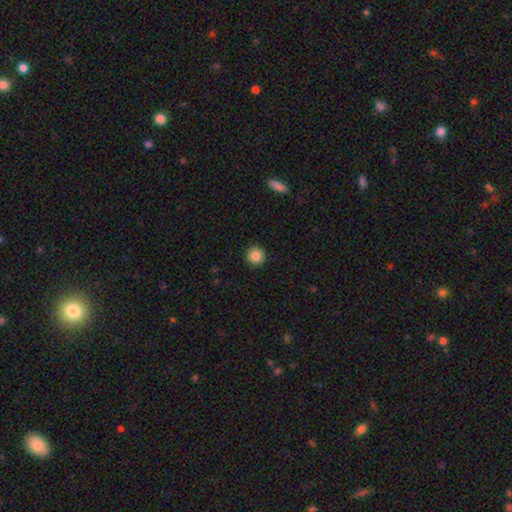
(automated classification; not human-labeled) smooth-or-featured: smooth: 86% | star or artifact: 9% | featured or disk: 5%
  how-rounded: round: 95% | in between: 4% | cigar-shaped: 1%
  merging: none: 92% | minor disturbance: 5% | major disturbance: 2% | merger: 1%